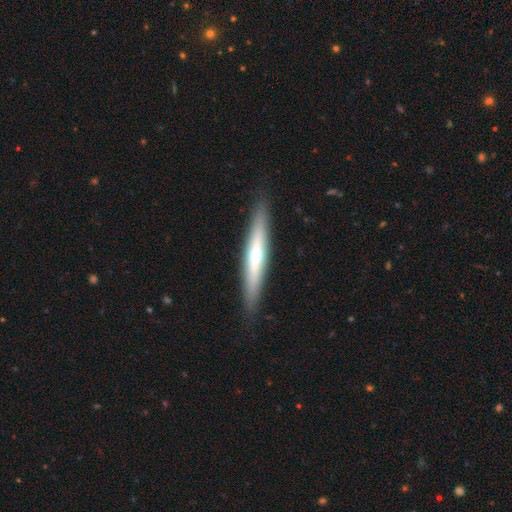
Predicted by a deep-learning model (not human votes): featured or disk 57%, smooth 37%, star or artifact 6%. Down the decision tree: edge-on disk — yes (92%); edge-on bulge — rounded (82%); merging — none (90%).